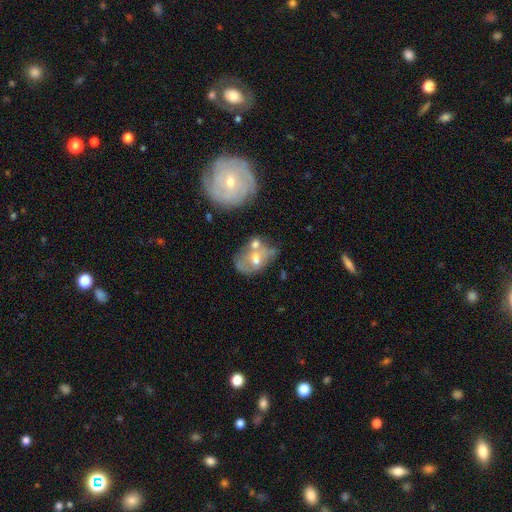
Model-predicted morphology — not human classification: Smooth or featured? Predicted: featured or disk (p=0.59). Edge-on disk? Predicted: no (p=0.94). Bar? Predicted: no (p=0.68). Spiral arms? Predicted: no (p=0.52). Bulge size? Predicted: moderate (p=0.59). Merging? Predicted: none (p=0.39).